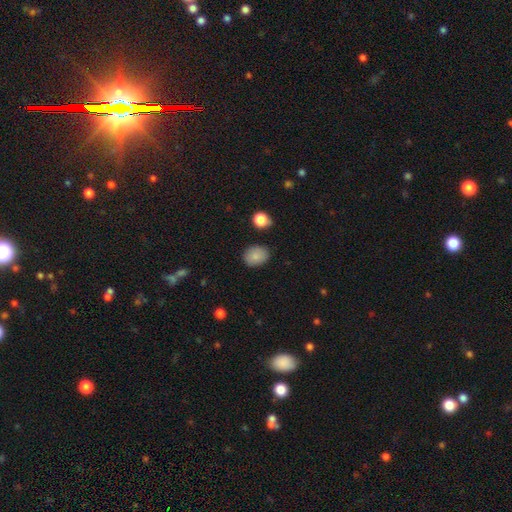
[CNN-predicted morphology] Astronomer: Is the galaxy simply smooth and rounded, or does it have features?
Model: smooth — 86%.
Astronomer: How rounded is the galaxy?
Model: in between — 57% (runner-up: round, 42%).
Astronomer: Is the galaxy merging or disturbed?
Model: none — 84%.